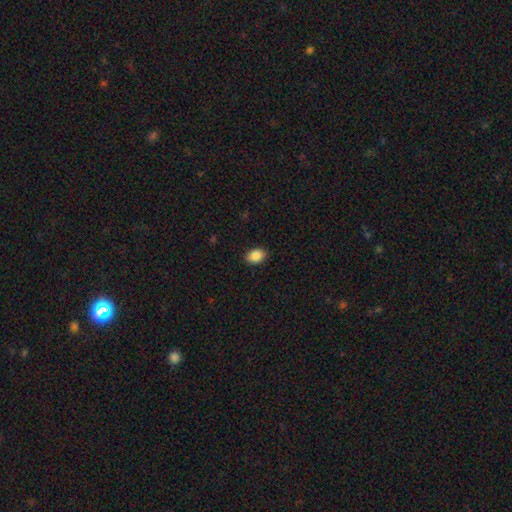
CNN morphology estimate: Q: Smooth or featured?
A: smooth (88%); runner-up: star or artifact (8%)
Q: How rounded?
A: in between (79%); runner-up: round (20%)
Q: Merging?
A: none (89%); runner-up: minor disturbance (8%)